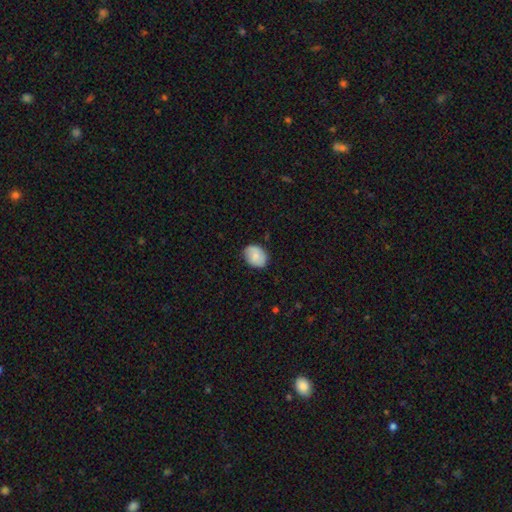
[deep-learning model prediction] Morphology: type=smooth (74%); roundness=in between (58%); merging=none (78%).